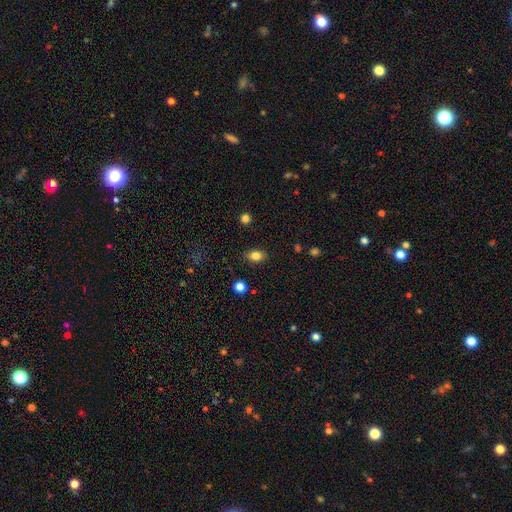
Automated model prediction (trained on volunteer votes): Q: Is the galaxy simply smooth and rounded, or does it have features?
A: smooth — 83%.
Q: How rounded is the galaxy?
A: in between — 80%.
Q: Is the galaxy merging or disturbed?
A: none — 87%.